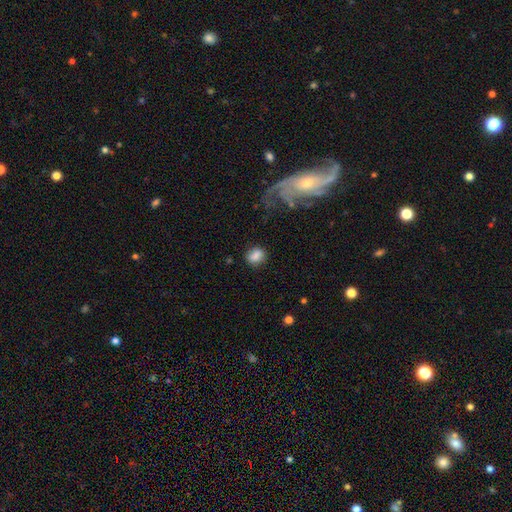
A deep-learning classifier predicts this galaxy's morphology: Smooth or featured? Predicted: smooth (p=0.83). How rounded? Predicted: in between (p=0.50). Merging? Predicted: none (p=0.79).